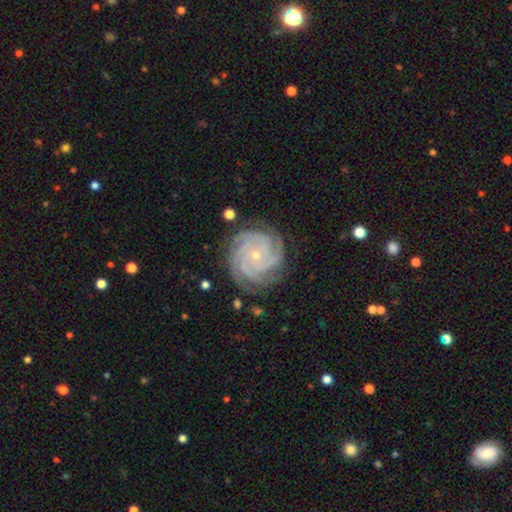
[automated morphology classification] smooth-or-featured: featured or disk: 90% | star or artifact: 6% | smooth: 4%
  disk-edge-on: no: 98% | yes: 2%
    bar: no: 77% | weak: 17% | strong: 6%
    has-spiral-arms: yes: 99% | no: 1%
      spiral-winding: tight: 81% | medium: 16% | loose: 2%
      spiral-arm-count: 4: 43% | more than 4: 19% | 3: 15% | can't tell: 10% | 2: 7% | 1: 6%
    bulge-size: small: 77% | moderate: 20% | none: 1% | large: 1% | dominant: 1%
  merging: none: 82% | minor disturbance: 13% | major disturbance: 4% | merger: 1%